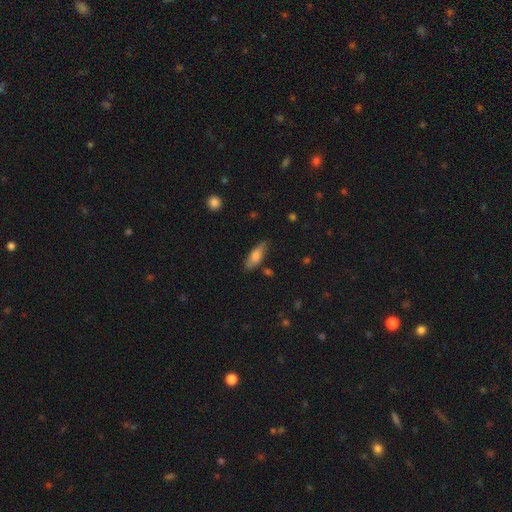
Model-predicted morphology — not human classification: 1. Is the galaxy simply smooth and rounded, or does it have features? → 75% smooth, 19% featured or disk, 7% star or artifact.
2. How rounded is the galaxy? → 66% in between, 32% cigar-shaped, 2% round.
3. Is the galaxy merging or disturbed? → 74% none, 19% minor disturbance, 4% major disturbance, 3% merger.